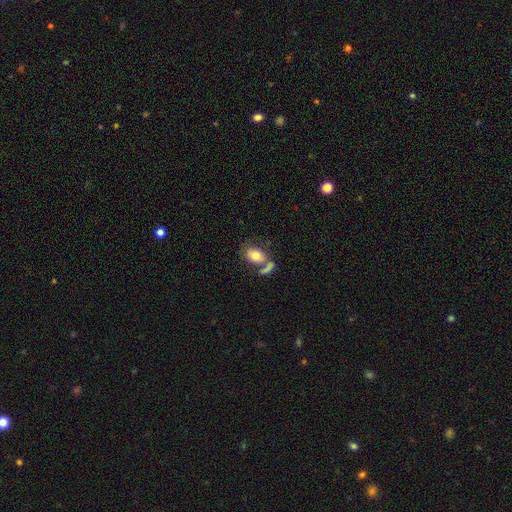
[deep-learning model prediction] The model was most divided on "merging": none: 42%, merger: 33%, minor disturbance: 14%, major disturbance: 11%. More confident: how rounded — in between (77%); smooth or featured — smooth (70%).